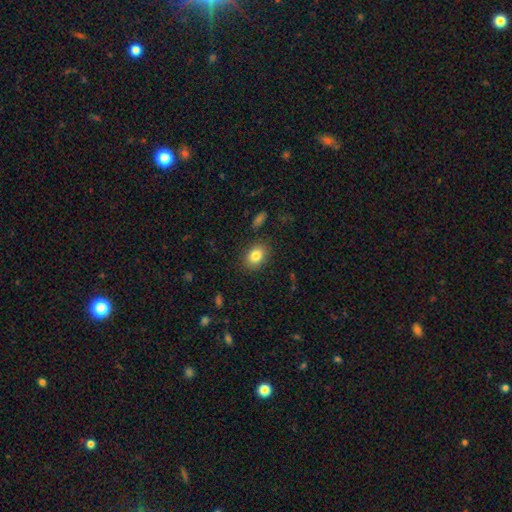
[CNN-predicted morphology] type=smooth (84%); roundness=in between (69%); merging=none (86%).